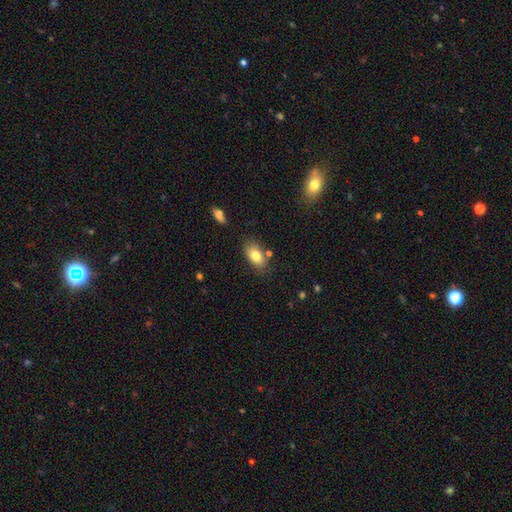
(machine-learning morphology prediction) This is clearly a smooth galaxy (80%). How rounded: clearly in between (89%). Merging: likely none (76%).